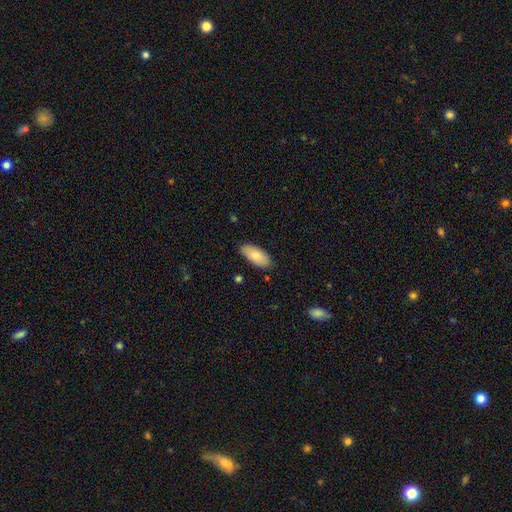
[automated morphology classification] This is likely a smooth galaxy (78%). How rounded: clearly in between (89%). Merging: clearly none (85%).